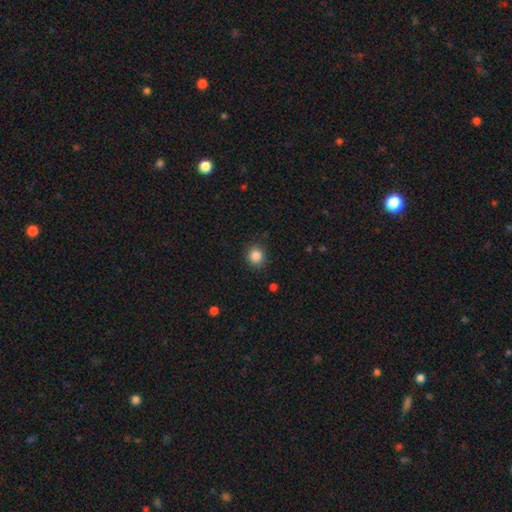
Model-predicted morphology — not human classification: This is clearly a smooth galaxy (86%). How rounded: clearly round (87%). Merging: clearly none (88%).